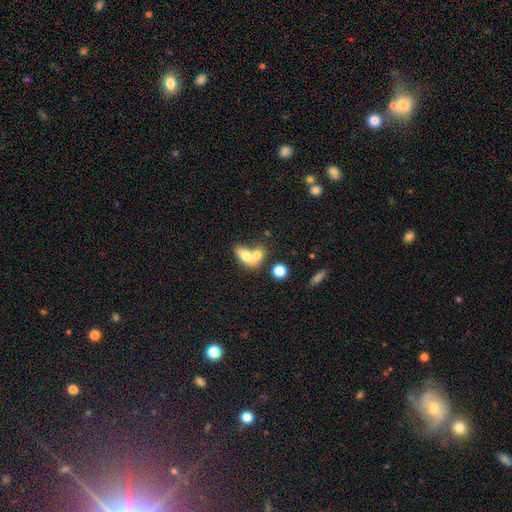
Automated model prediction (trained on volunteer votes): Smooth or featured?
  - smooth: 70% *
  - featured or disk: 22%
  - star or artifact: 9%
How rounded?
  - in between: 77% *
  - round: 17%
  - cigar-shaped: 6%
Merging?
  - merger: 65% *
  - none: 22%
  - minor disturbance: 8%
  - major disturbance: 5%